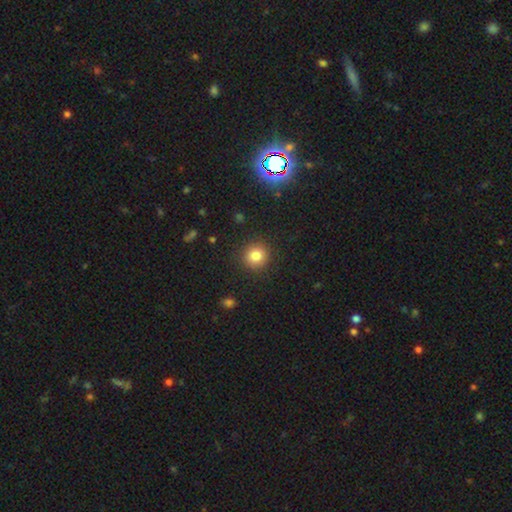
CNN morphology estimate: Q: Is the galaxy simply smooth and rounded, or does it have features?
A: smooth — 82%.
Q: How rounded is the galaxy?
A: round — 91%.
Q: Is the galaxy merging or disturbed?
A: none — 90%.